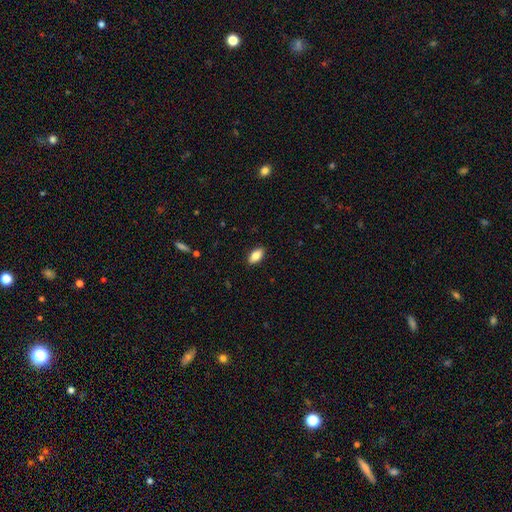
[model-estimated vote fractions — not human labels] Overall: smooth (84%). How rounded: in between (91%). Merging: none (89%).